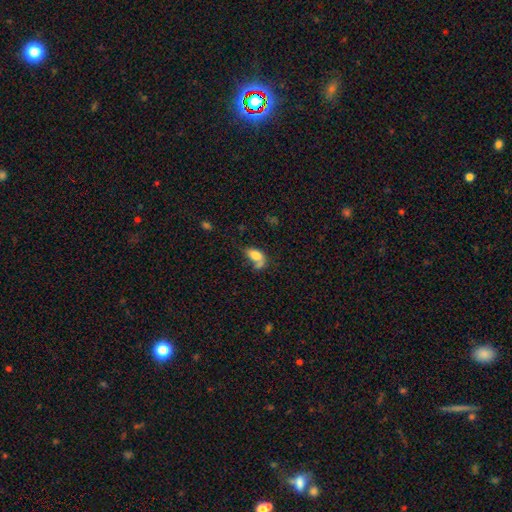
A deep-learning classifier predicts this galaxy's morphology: Smooth or featured? smooth (77%)
How rounded? in between (88%)
Merging? merger (35%)